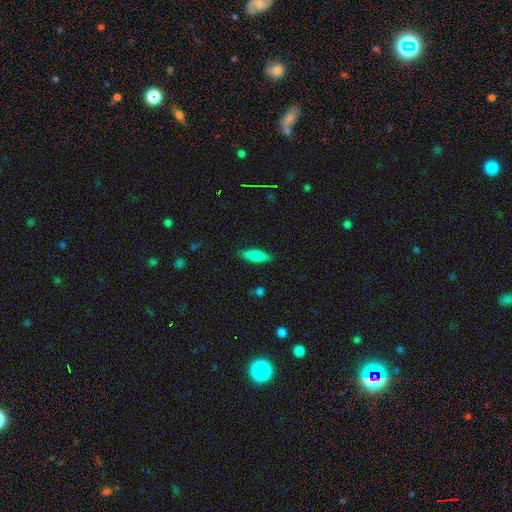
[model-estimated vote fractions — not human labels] The model was most divided on "how rounded": cigar-shaped: 54%, in between: 44%, round: 2%. More confident: merging — none (87%); smooth or featured — smooth (79%).